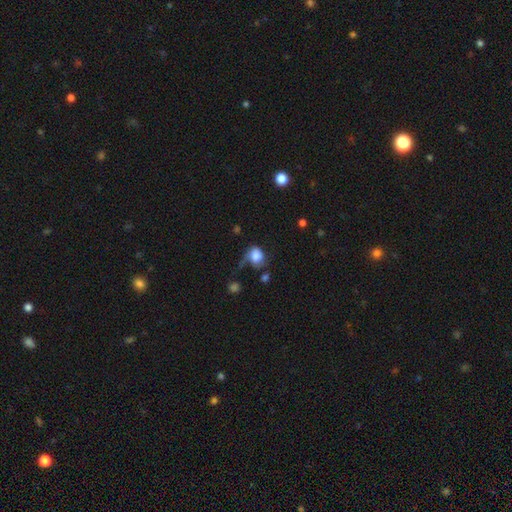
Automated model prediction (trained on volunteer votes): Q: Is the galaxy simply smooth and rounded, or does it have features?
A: smooth — 71%.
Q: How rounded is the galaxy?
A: in between — 51%.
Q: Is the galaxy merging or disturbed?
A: major disturbance — 33%.